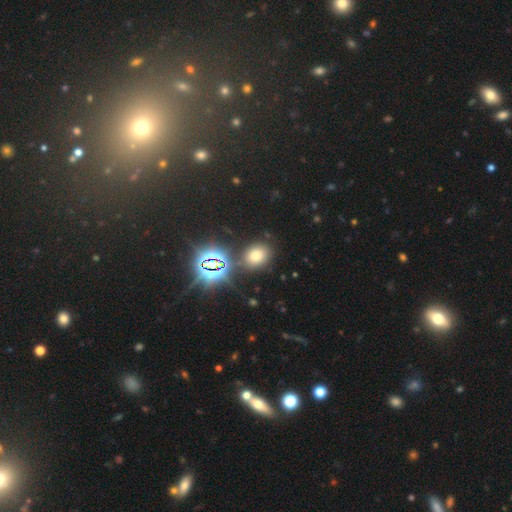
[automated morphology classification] This is likely a smooth galaxy (60%). How rounded: possibly round (51%). Merging: likely none (80%).